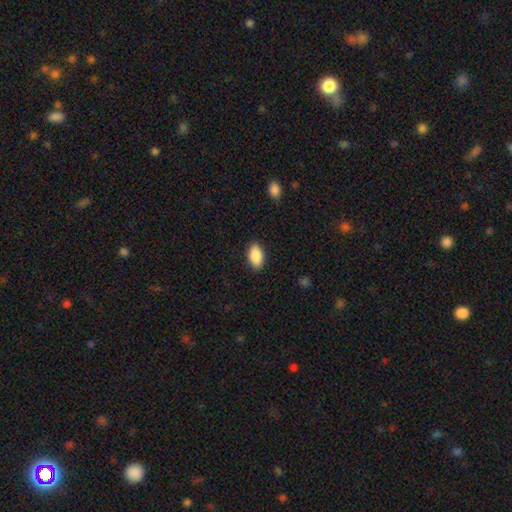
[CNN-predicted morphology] A smooth galaxy with no disk features (89%) that is in between round and cigar-shaped (93%).

Vote fractions:
- Smooth or featured? smooth: 89% / star or artifact: 7% / featured or disk: 5%
- How rounded? in between: 93% / round: 4% / cigar-shaped: 3%
- Merging? none: 88% / minor disturbance: 9% / major disturbance: 2% / merger: 1%